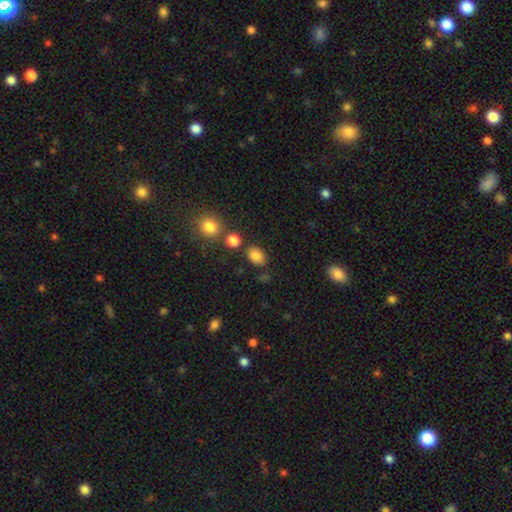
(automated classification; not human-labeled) Overall: smooth (83%). How rounded: in between (75%). Merging: none (74%).